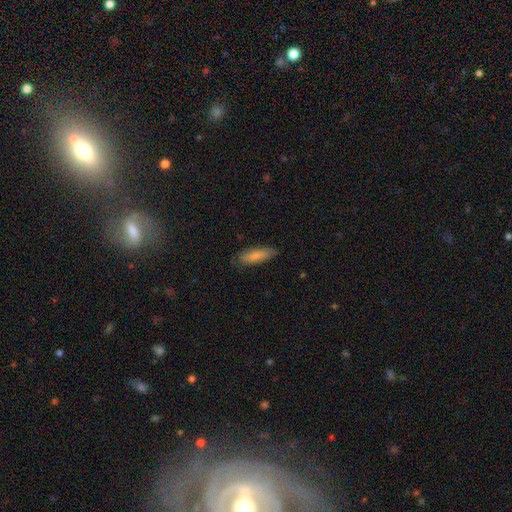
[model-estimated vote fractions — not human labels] smooth-or-featured: smooth: 81% | featured or disk: 14% | star or artifact: 6%
  how-rounded: in between: 52% | cigar-shaped: 46% | round: 2%
  merging: none: 77% | minor disturbance: 18% | major disturbance: 3% | merger: 1%